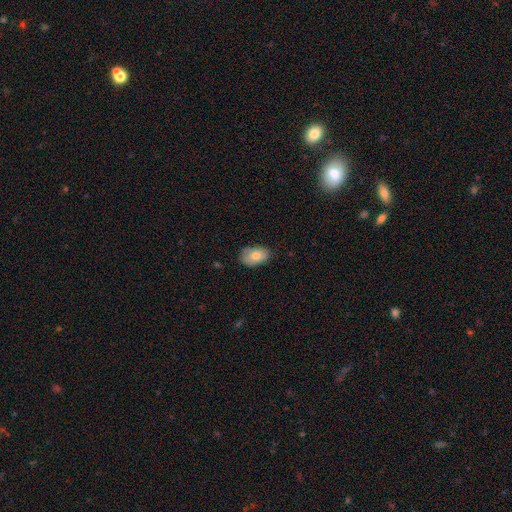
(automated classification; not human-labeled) This is likely a smooth galaxy (79%). How rounded: clearly in between (89%). Merging: likely none (74%).